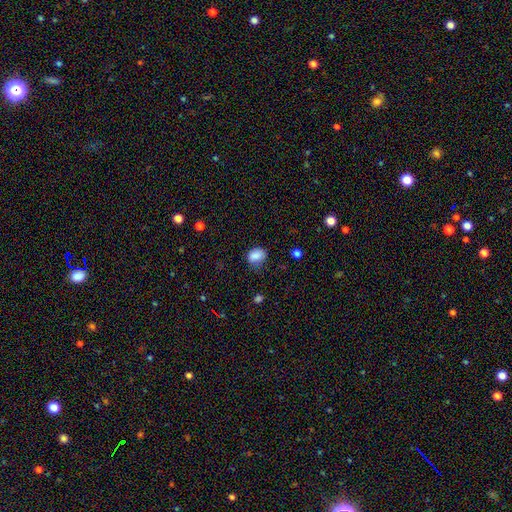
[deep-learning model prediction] Smooth or featured? Predicted: smooth (p=0.85). How rounded? Predicted: in between (p=0.57). Merging? Predicted: none (p=0.60).